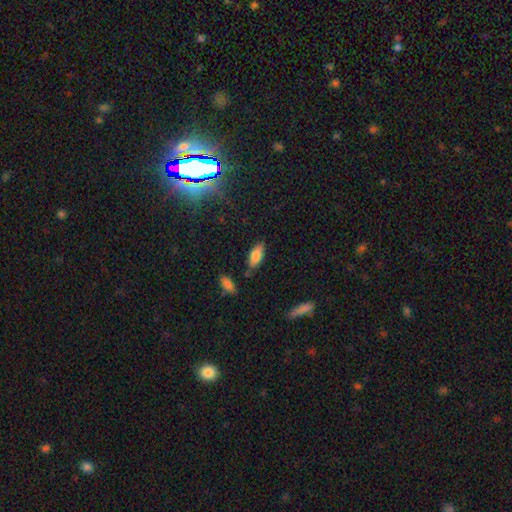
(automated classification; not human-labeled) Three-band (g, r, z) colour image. It shows a smooth galaxy with no disk features (81%) that is in between round and cigar-shaped (84%). Merging: none (77%).